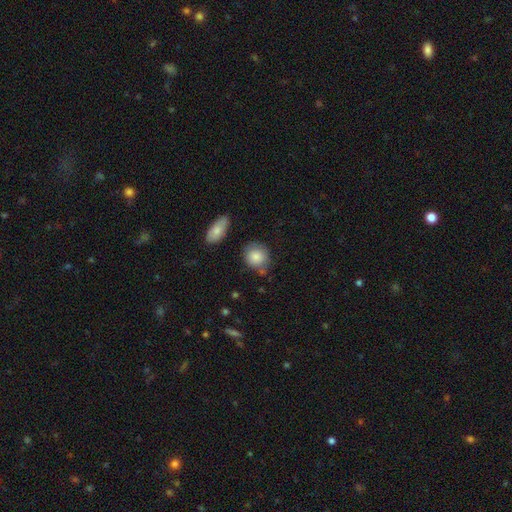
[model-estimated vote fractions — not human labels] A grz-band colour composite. It shows a smooth galaxy with no disk features (83%) that is round (75%). Merging: none (66%).